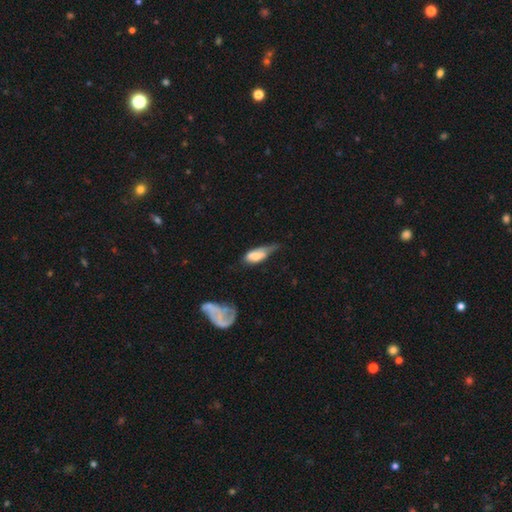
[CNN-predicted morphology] Smooth or featured? Predicted: smooth (p=0.66). How rounded? Predicted: in between (p=0.78). Merging? Predicted: minor disturbance (p=0.39).